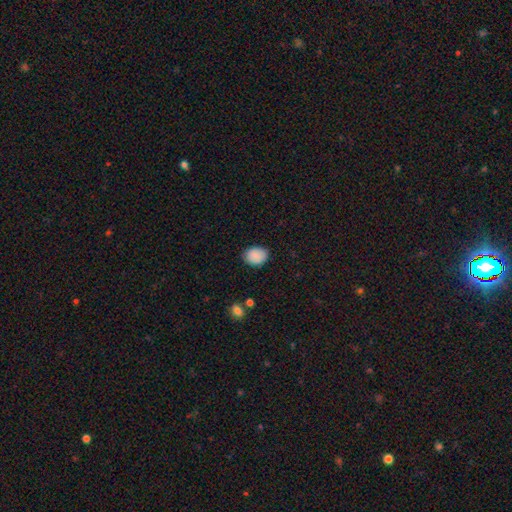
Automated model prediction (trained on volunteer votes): A smooth galaxy with no disk features (89%) that is in between round and cigar-shaped (59%).

Vote fractions:
- Smooth or featured? smooth: 89% / star or artifact: 7% / featured or disk: 4%
- How rounded? in between: 59% / round: 40% / cigar-shaped: 1%
- Merging? none: 84% / minor disturbance: 12% / major disturbance: 2% / merger: 1%